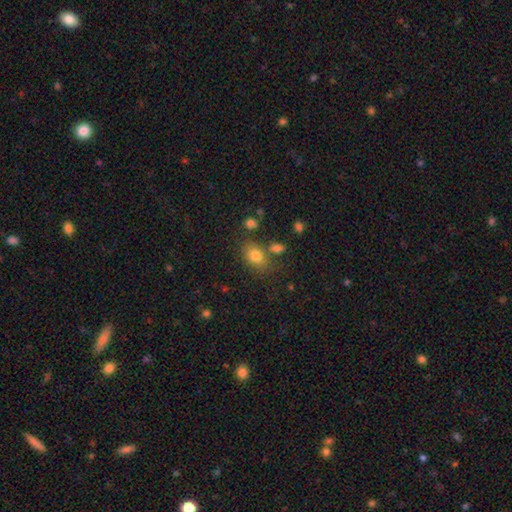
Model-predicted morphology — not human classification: Smooth or featured: smooth — 79% (star or artifact — 11%)
How rounded: in between — 75% (round — 23%)
Merging: none — 65% (minor disturbance — 17%)